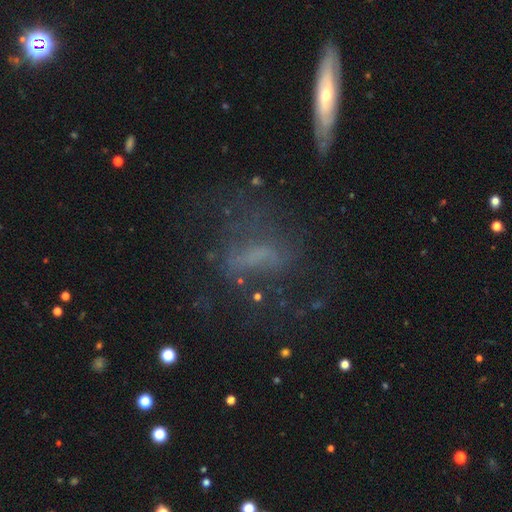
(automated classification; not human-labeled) Q: Smooth or featured?
A: featured or disk (48%); runner-up: smooth (30%)
Q: Merging?
A: none (52%); runner-up: major disturbance (25%)